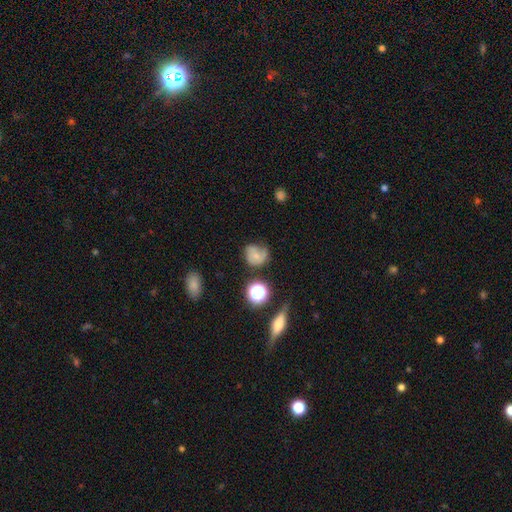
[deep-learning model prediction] Q: Smooth or featured?
A: smooth (45%); runner-up: featured or disk (41%)
Q: Merging?
A: none (46%); runner-up: minor disturbance (30%)